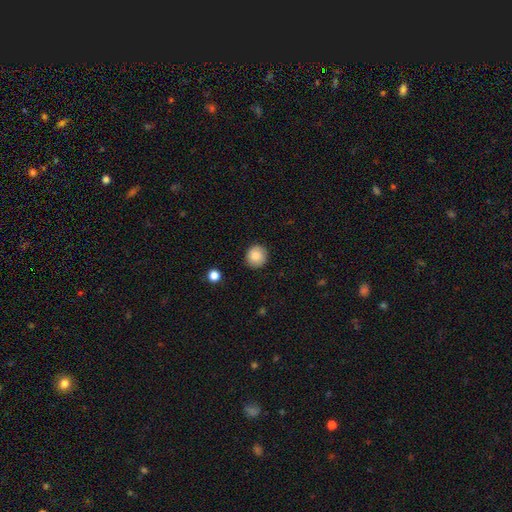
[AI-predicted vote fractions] The model was most divided on "smooth or featured": smooth: 87%, star or artifact: 8%, featured or disk: 5%. More confident: how rounded — round (90%); merging — none (90%).